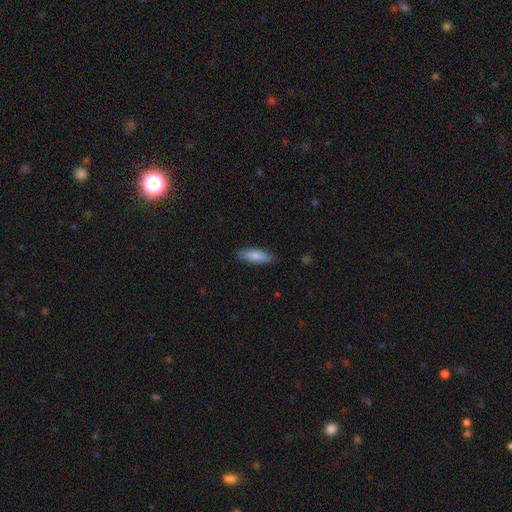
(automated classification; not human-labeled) Smooth or featured? smooth (83%)
How rounded? cigar-shaped (51%)
Merging? none (85%)